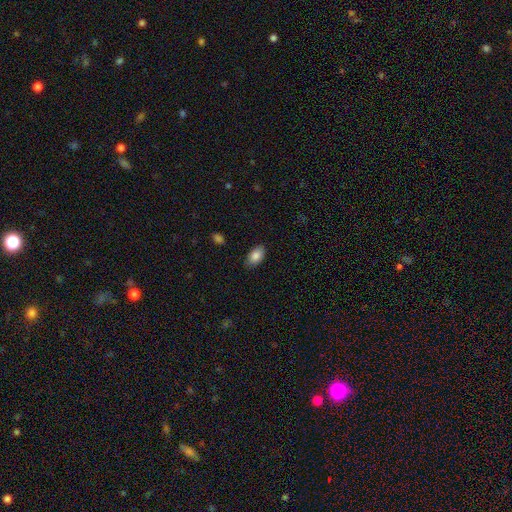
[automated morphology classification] smooth_or_featured: smooth (p=0.86) [alt: featured or disk p=0.07]
how_rounded: in between (p=0.93) [alt: round p=0.05]
merging: none (p=0.85) [alt: minor disturbance p=0.12]